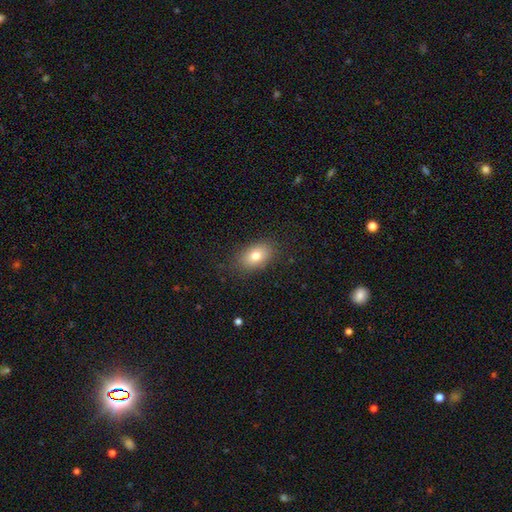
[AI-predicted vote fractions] smooth-or-featured: smooth: 78% | featured or disk: 13% | star or artifact: 9%
  how-rounded: in between: 84% | round: 14% | cigar-shaped: 2%
  merging: none: 85% | minor disturbance: 11% | major disturbance: 3% | merger: 1%